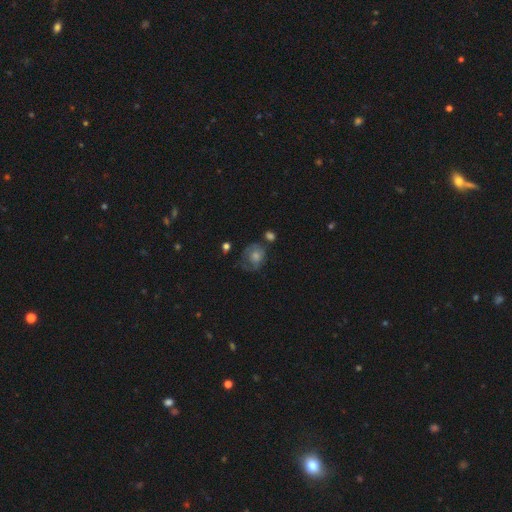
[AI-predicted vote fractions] Q: Smooth or featured?
A: smooth (44%); runner-up: featured or disk (41%)
Q: Merging?
A: none (51%); runner-up: minor disturbance (24%)